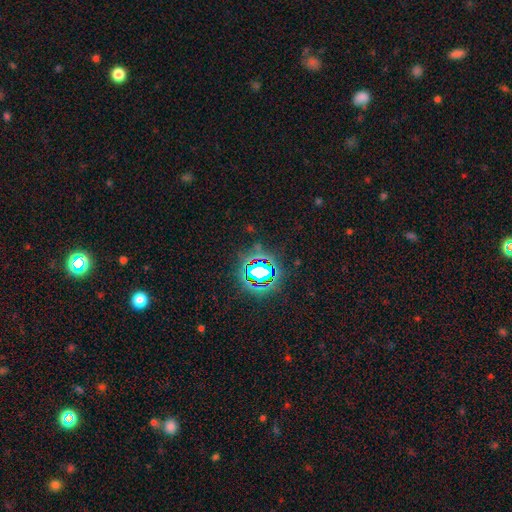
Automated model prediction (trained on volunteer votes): Overall: star or artifact (80%).